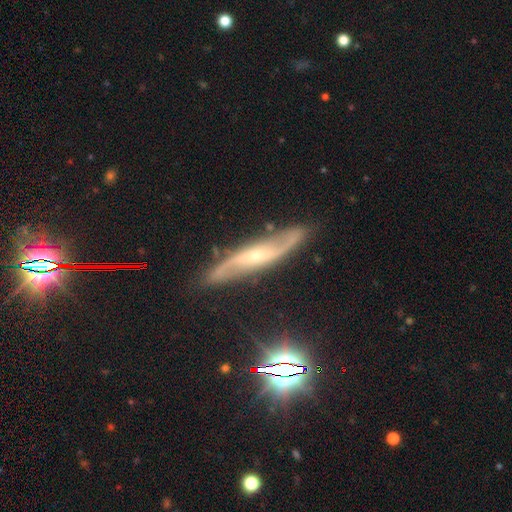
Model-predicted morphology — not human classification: Overall: featured or disk (82%). Edge-on disk: no (74%). Bar: no (45%; weak 38%). Spiral arms: yes (97%). Spiral arm count: 2 (90%). Spiral winding: loose (50%; medium 35%). Bulge size: small (67%; moderate 28%). Merging: none (78%).